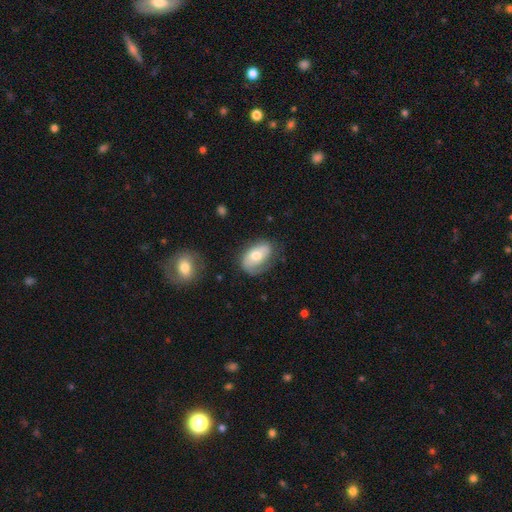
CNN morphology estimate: smooth 50%, featured or disk 43%, star or artifact 7%. Down the decision tree: how rounded — in between (87%); merging — none (62%).